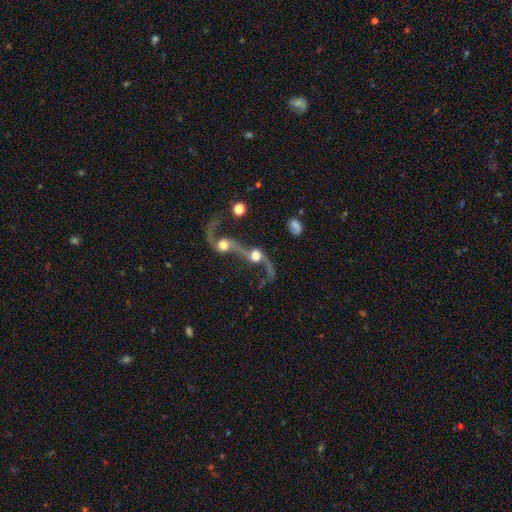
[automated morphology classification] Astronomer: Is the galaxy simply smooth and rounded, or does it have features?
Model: featured or disk — 66%.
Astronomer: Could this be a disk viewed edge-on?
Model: no — 85%.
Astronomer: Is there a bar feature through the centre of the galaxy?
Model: no — 72%.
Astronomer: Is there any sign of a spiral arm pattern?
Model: yes — 75%.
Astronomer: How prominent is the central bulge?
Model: moderate — 44% (runner-up: large, 30%).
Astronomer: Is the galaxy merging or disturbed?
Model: merger — 71%.